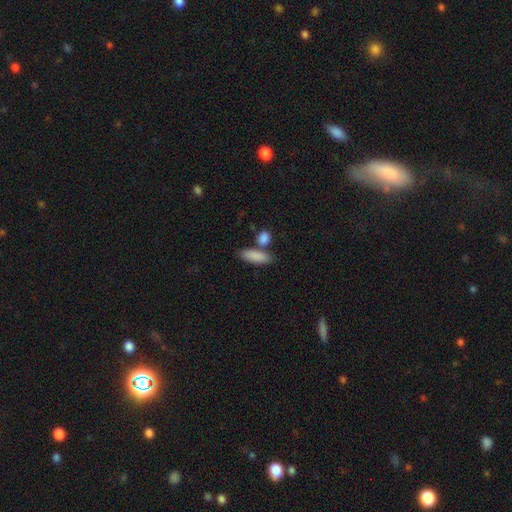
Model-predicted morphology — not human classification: Overall: smooth (87%). How rounded: in between (62%; cigar-shaped 34%). Merging: none (68%).